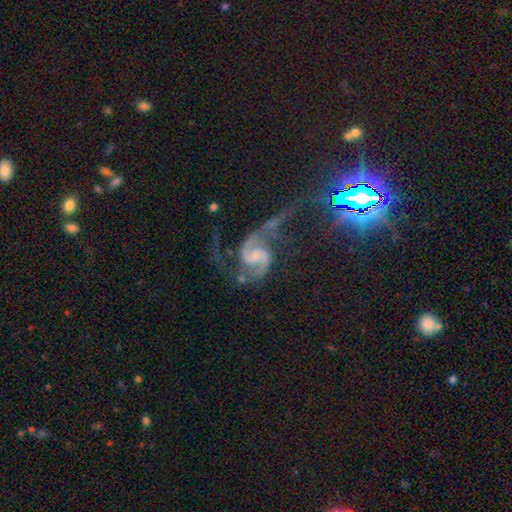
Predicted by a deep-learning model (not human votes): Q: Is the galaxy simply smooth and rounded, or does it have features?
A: featured or disk — 90%.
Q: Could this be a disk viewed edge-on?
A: no — 98%.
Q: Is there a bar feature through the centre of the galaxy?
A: weak — 49%.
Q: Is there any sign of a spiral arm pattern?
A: yes — 98%.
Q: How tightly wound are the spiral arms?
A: medium — 48%.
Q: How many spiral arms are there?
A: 2 — 93%.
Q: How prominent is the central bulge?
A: small — 40%.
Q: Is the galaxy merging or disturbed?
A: none — 44%.